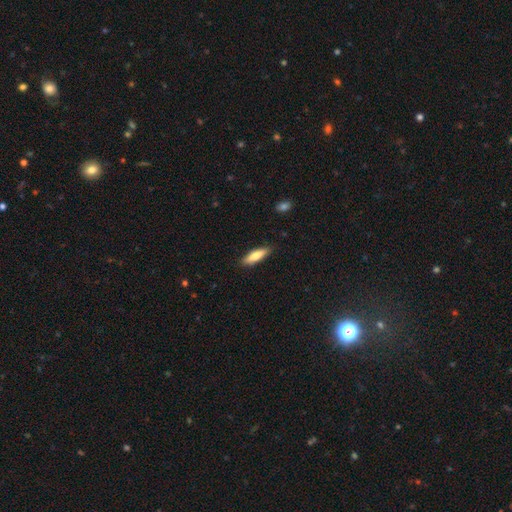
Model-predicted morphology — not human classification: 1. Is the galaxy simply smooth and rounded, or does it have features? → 76% smooth, 18% featured or disk, 6% star or artifact.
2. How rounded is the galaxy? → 58% cigar-shaped, 41% in between, 2% round.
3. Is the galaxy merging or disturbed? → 87% none, 10% minor disturbance, 2% major disturbance, 1% merger.